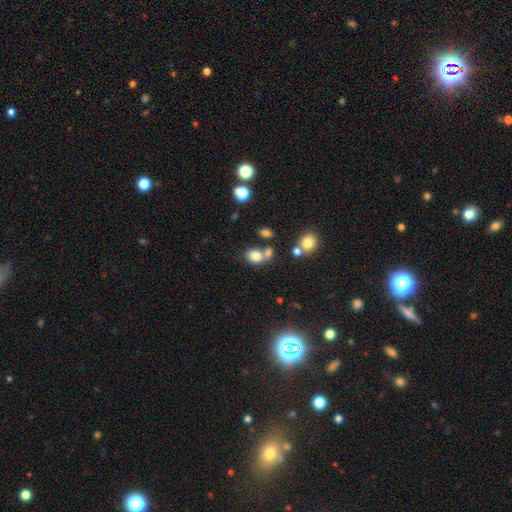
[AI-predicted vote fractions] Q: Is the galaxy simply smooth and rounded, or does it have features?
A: smooth — 78%.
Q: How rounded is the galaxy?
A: round — 51%.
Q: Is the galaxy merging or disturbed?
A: none — 50%.